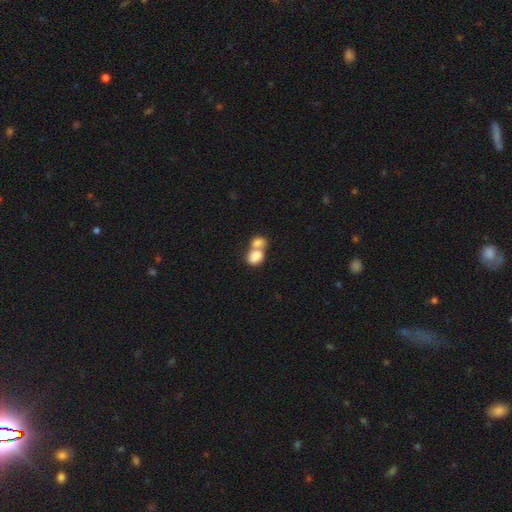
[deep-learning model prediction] A smooth galaxy with no disk features (81%) that is in between round and cigar-shaped (71%). Merging: merger (74%).